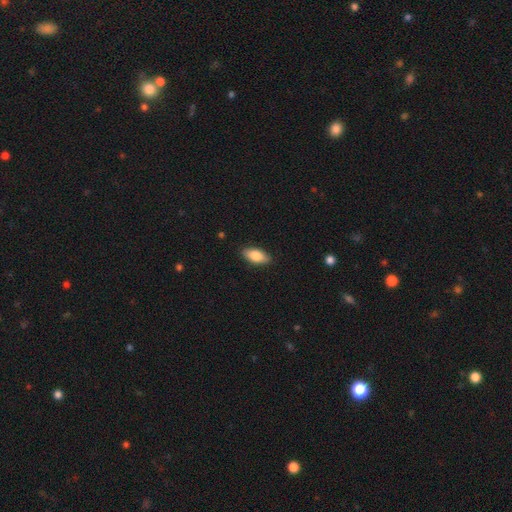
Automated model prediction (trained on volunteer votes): This is clearly a smooth galaxy (81%). How rounded: clearly in between (88%). Merging: clearly none (87%).